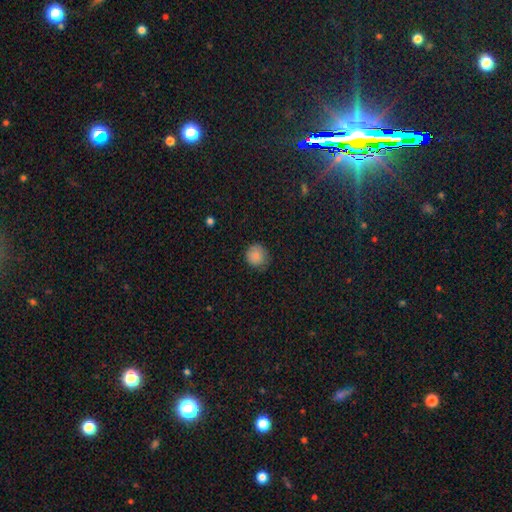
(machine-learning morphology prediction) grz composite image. It shows a smooth galaxy with no disk features (84%) that is round (89%). Merging: none (74%).